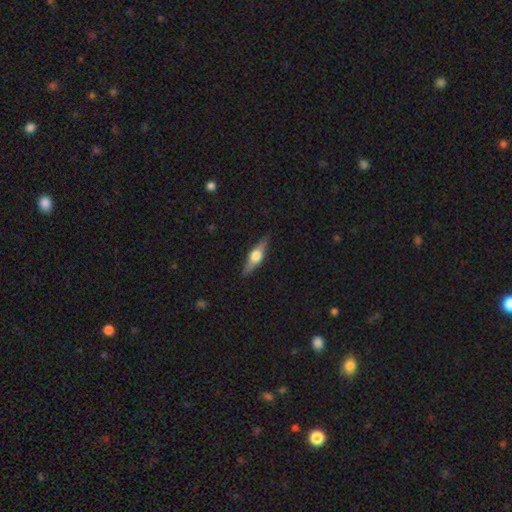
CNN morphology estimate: Overall: featured or disk (68%). Edge-on disk: yes (96%). Edge-on bulge: rounded (95%). Merging: none (89%).